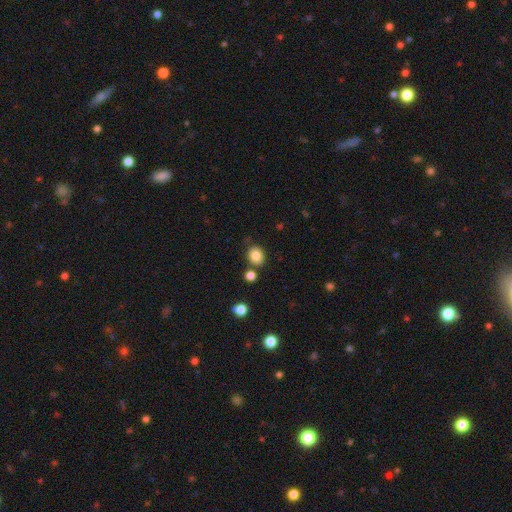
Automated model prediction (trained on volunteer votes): Smooth or featured? Predicted: smooth (p=0.84). How rounded? Predicted: round (p=0.63). Merging? Predicted: none (p=0.77).